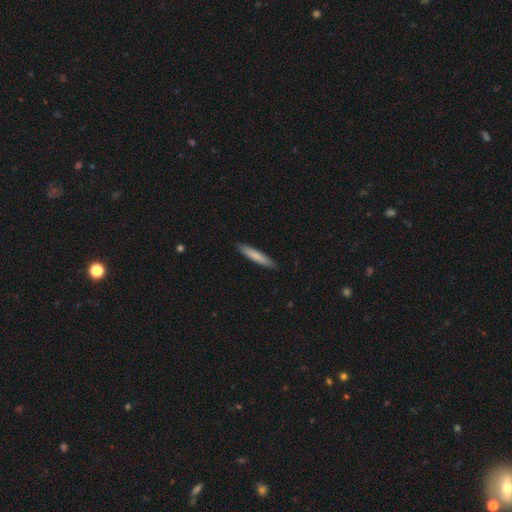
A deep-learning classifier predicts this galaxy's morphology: A smooth galaxy with no disk features (78%) that is cigar-shaped (93%). Merging: none (90%).